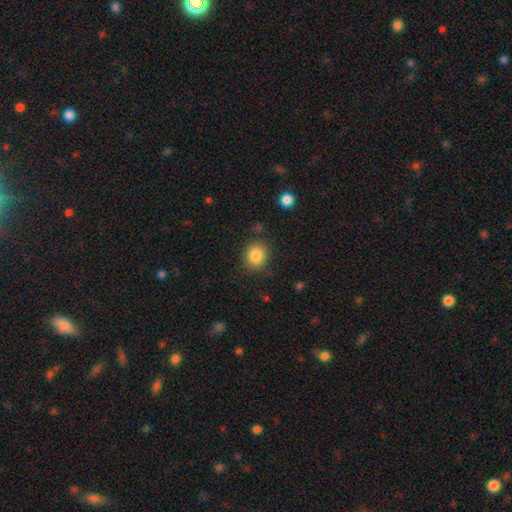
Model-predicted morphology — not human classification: smooth 85%, star or artifact 10%, featured or disk 5%. Down the decision tree: how rounded — round (72%); merging — none (86%).